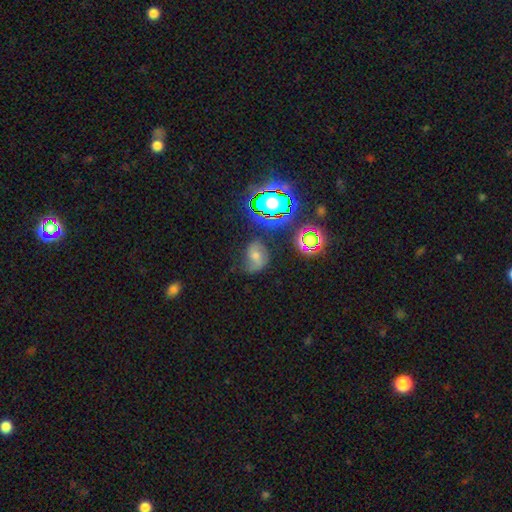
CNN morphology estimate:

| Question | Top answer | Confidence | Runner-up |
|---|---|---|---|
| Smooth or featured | featured or disk | 46% | smooth (28%) |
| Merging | none | 55% | minor disturbance (26%) |